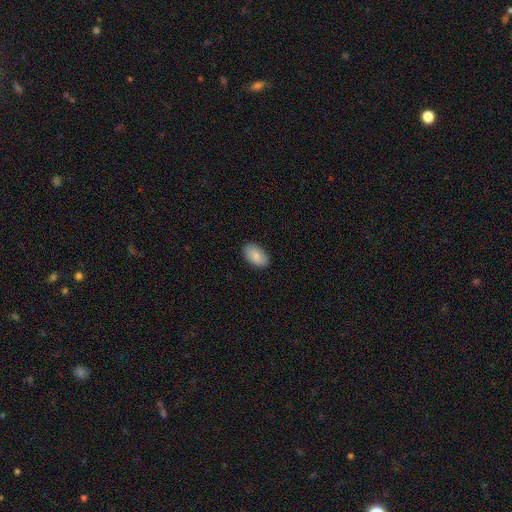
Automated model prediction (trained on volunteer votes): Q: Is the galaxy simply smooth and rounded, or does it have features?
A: smooth — 87%.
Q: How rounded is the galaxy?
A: in between — 94%.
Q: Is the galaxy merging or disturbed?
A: none — 88%.